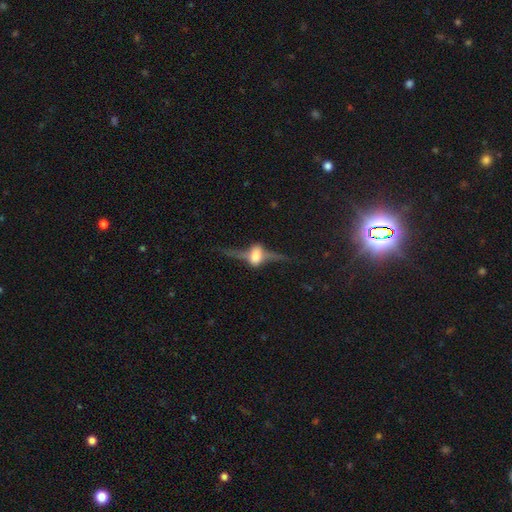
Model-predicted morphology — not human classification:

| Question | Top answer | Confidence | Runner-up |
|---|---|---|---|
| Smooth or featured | featured or disk | 80% | smooth (12%) |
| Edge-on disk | yes | 87% | no (13%) |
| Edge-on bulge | rounded | 91% | boxy (8%) |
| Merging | none | 67% | minor disturbance (17%) |